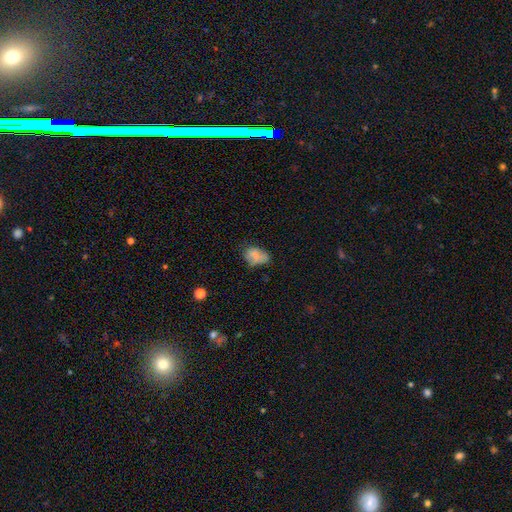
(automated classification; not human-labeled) Smooth or featured? smooth (67%)
How rounded? in between (80%)
Merging? none (46%)